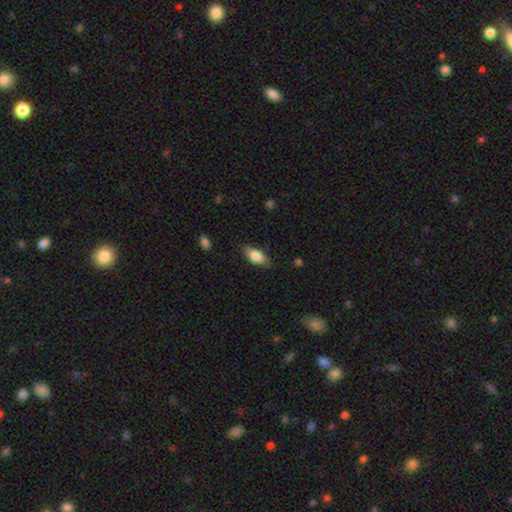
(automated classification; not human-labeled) This is likely a smooth galaxy (75%). How rounded: clearly in between (83%). Merging: clearly none (82%).